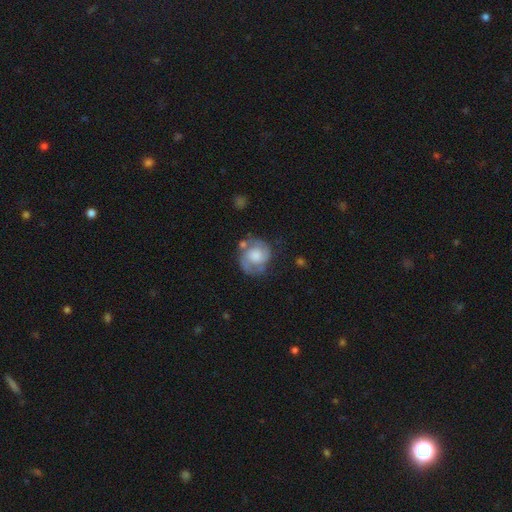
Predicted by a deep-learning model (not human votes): A featured or disk galaxy (66%) with no bar (70%), 2 (81%) medium (44%) spiral arms (88%) and a large central bulge (36%). Merging: none (61%).